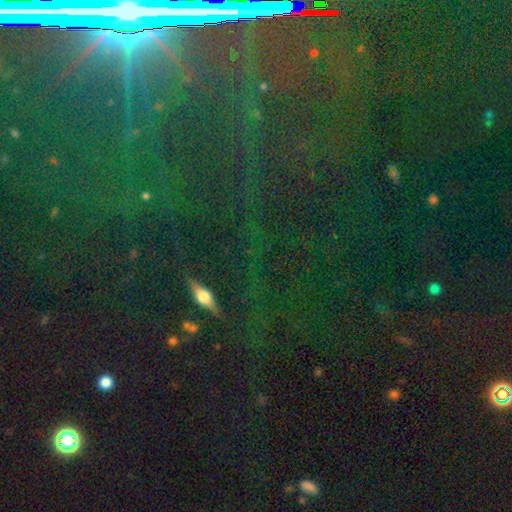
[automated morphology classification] Q: Smooth or featured?
A: star or artifact (61%); runner-up: smooth (21%)